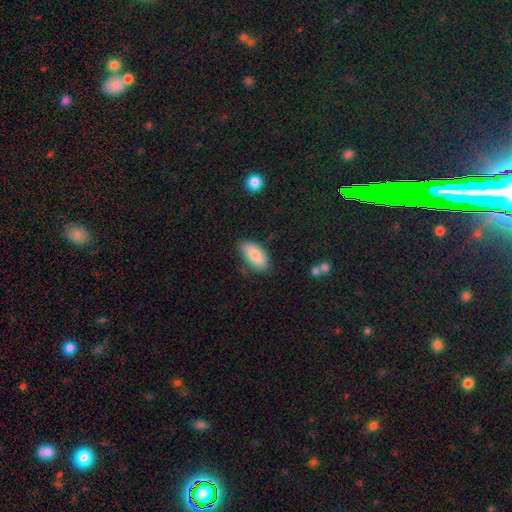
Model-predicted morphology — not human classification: smooth 85%, featured or disk 9%, star or artifact 6%. Down the decision tree: how rounded — in between (90%); merging — none (73%).